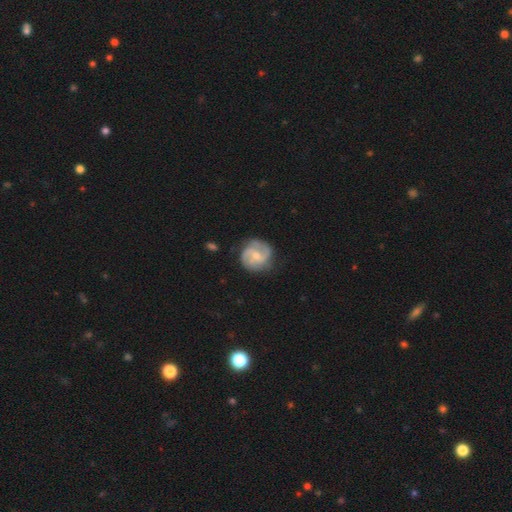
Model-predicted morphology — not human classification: Smooth or featured: featured or disk — 79% (smooth — 16%)
Edge-on disk: no — 98% (yes — 2%)
Bar: no — 46% (weak — 44%)
Spiral arms: yes — 95% (no — 5%)
Spiral winding: medium — 48% (tight — 31%)
Spiral arm count: 2 — 62% (3 — 19%)
Bulge size: small — 50% (moderate — 46%)
Merging: none — 78% (minor disturbance — 16%)